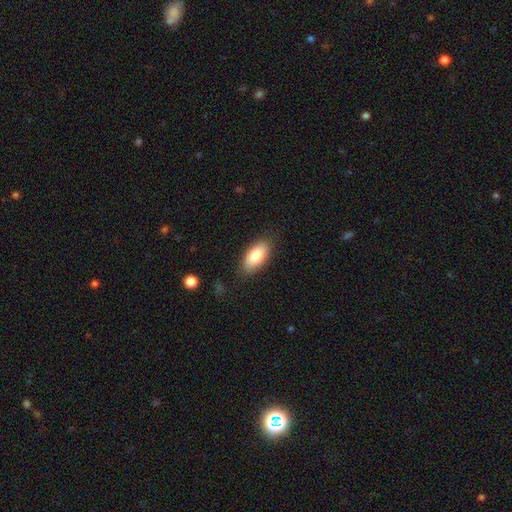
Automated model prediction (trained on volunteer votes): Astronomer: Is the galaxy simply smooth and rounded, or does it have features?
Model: smooth — 83%.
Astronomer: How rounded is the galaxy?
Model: in between — 92%.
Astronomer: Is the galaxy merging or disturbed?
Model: none — 84%.